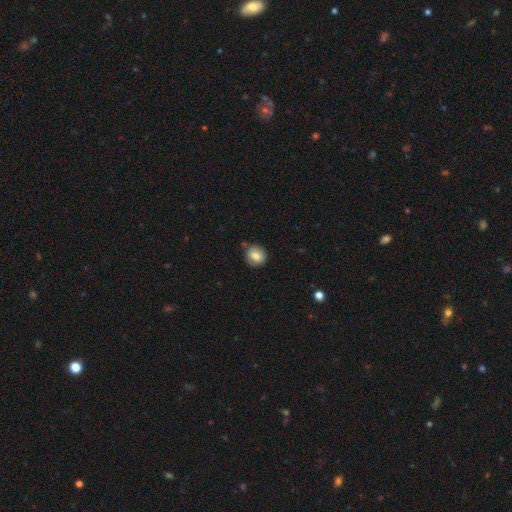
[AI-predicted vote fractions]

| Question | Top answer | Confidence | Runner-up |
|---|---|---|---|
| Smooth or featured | smooth | 78% | featured or disk (13%) |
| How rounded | round | 88% | in between (11%) |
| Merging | none | 83% | minor disturbance (11%) |